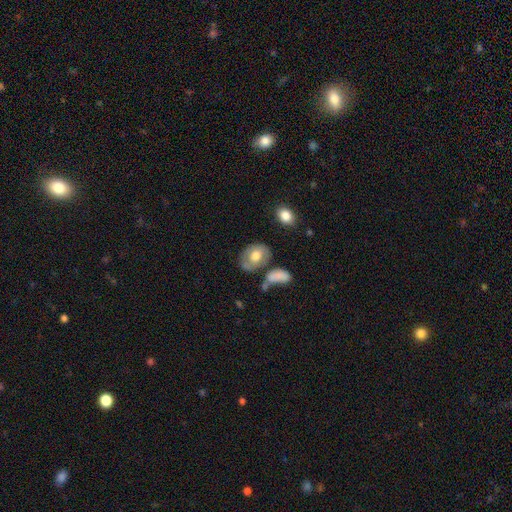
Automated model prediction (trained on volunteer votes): Smooth or featured? Predicted: smooth (p=0.56). How rounded? Predicted: in between (p=0.76). Merging? Predicted: none (p=0.54).